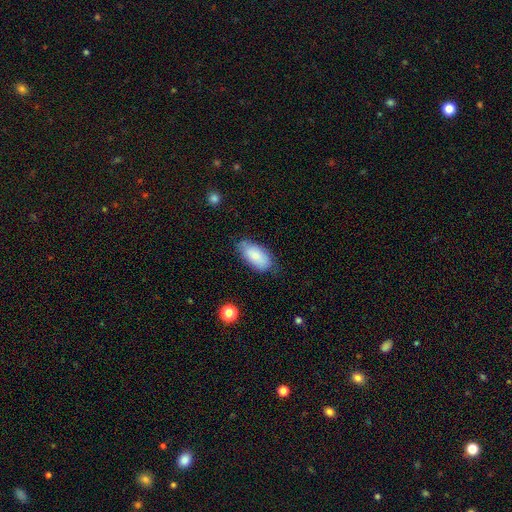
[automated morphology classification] smooth_or_featured: smooth (p=0.80) [alt: featured or disk p=0.14]
how_rounded: in between (p=0.93) [alt: cigar-shaped p=0.04]
merging: none (p=0.71) [alt: minor disturbance p=0.23]